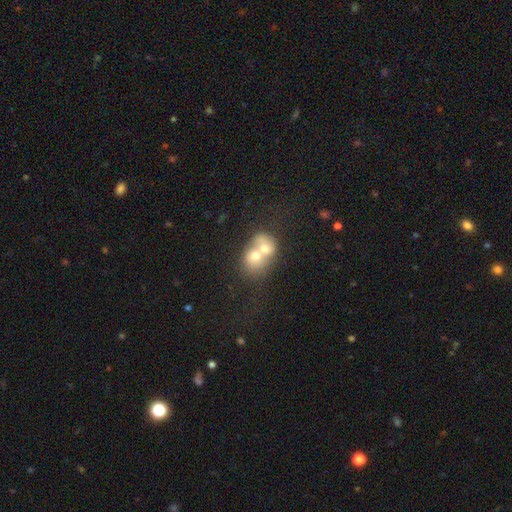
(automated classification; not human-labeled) This is possibly a smooth galaxy (57%). How rounded: possibly round (57%). Merging: likely merger (78%).